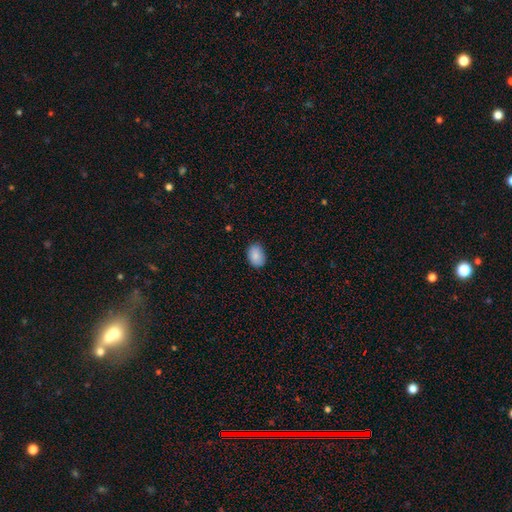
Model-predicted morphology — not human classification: A smooth galaxy with no disk features (88%) that is in between round and cigar-shaped (78%).

Vote fractions:
- Smooth or featured? smooth: 88% / star or artifact: 7% / featured or disk: 5%
- How rounded? in between: 78% / round: 21% / cigar-shaped: 1%
- Merging? none: 82% / minor disturbance: 14% / major disturbance: 2% / merger: 1%